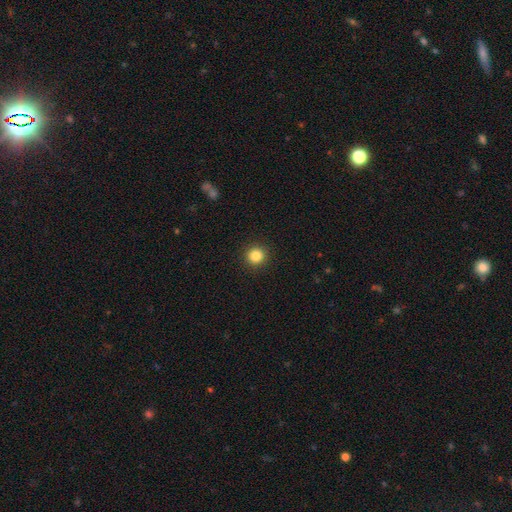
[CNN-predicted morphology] type=smooth (85%); roundness=round (95%); merging=none (93%).